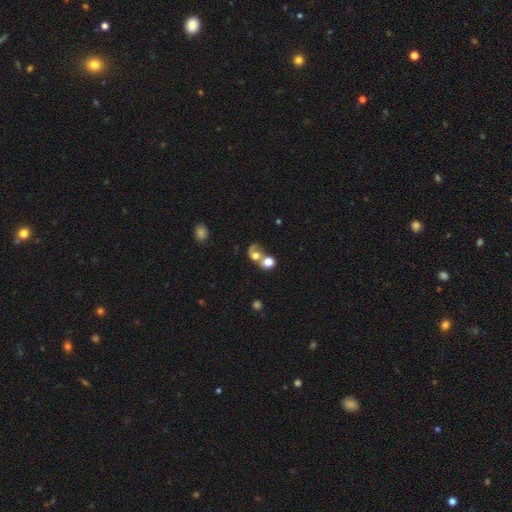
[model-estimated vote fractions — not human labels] Smooth or featured? smooth (60%)
How rounded? round (68%)
Merging? merger (59%)